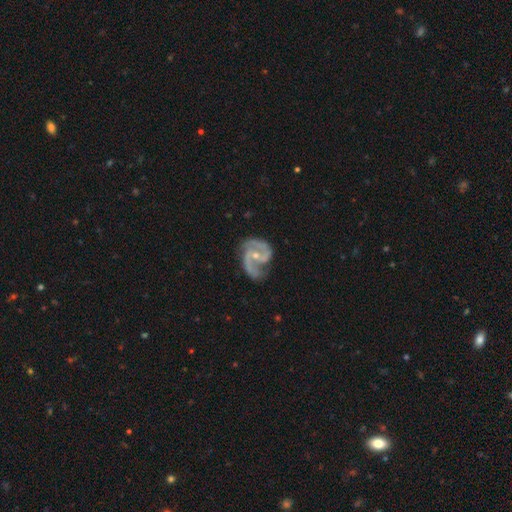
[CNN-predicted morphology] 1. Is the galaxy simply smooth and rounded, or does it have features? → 90% featured or disk, 5% smooth, 5% star or artifact.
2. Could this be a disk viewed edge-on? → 98% no, 2% yes.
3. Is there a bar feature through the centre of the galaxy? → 44% no, 39% weak, 17% strong.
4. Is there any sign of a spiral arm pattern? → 97% yes, 3% no.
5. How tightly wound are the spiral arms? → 57% medium, 23% loose, 21% tight.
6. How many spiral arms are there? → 83% 2, 7% 3, 4% 1, 3% can't tell, 1% 4, 1% more than 4.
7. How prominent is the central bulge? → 57% small, 39% moderate, 2% none, 1% large, 1% dominant.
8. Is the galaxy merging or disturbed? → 60% none, 24% minor disturbance, 13% major disturbance, 3% merger.